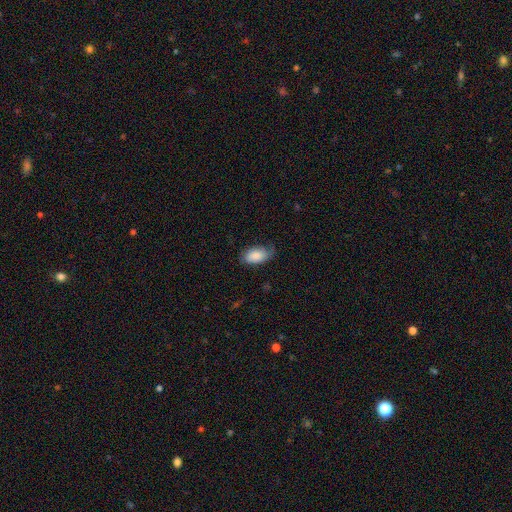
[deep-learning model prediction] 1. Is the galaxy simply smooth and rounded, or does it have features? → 81% smooth, 13% featured or disk, 6% star or artifact.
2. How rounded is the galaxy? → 94% in between, 4% round, 2% cigar-shaped.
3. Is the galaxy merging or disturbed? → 56% none, 32% minor disturbance, 11% major disturbance, 1% merger.